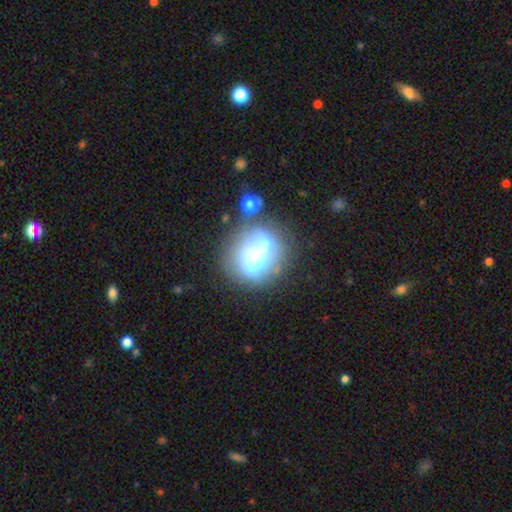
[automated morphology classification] The model was most divided on "smooth or featured": featured or disk: 47%, smooth: 39%, star or artifact: 14%. Remaining: merging — none (44%).